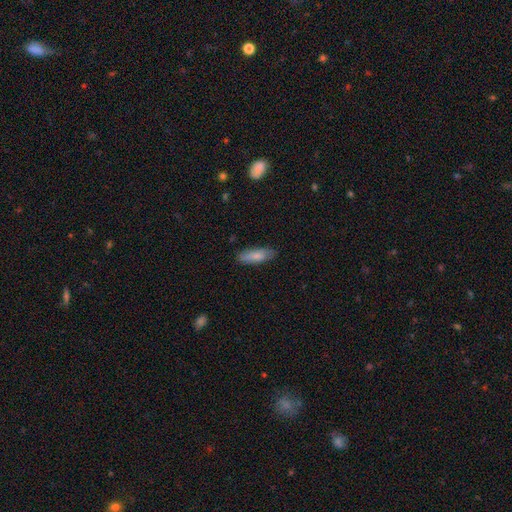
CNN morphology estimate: Q: Smooth or featured?
A: smooth (81%); runner-up: featured or disk (13%)
Q: How rounded?
A: in between (57%); runner-up: cigar-shaped (41%)
Q: Merging?
A: none (82%); runner-up: minor disturbance (14%)